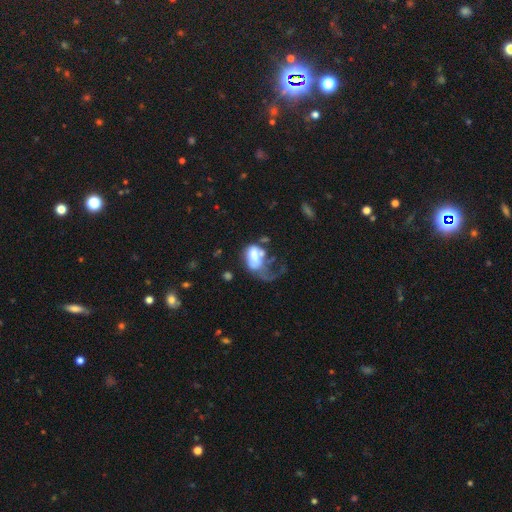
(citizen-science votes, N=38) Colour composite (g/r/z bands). It shows a featured or disk galaxy (50%) with no bar (76%), no spiral arms (76%) and a large central bulge (47%). Merging: major disturbance (53%).